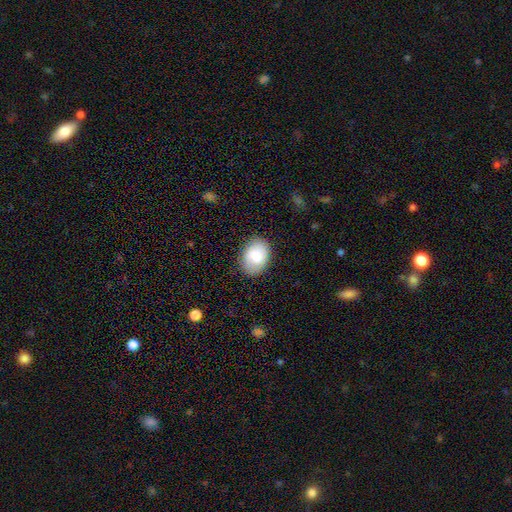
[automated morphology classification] Smooth or featured?
  - smooth: 75% *
  - featured or disk: 19%
  - star or artifact: 7%
How rounded?
  - in between: 78% *
  - round: 21%
  - cigar-shaped: 1%
Merging?
  - none: 85% *
  - minor disturbance: 11%
  - major disturbance: 3%
  - merger: 1%